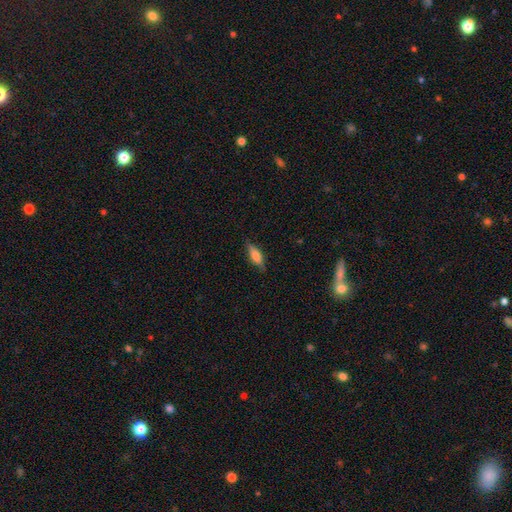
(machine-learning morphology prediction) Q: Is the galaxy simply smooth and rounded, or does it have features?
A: smooth — 65%.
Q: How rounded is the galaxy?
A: in between — 54%.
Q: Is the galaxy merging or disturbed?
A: none — 83%.